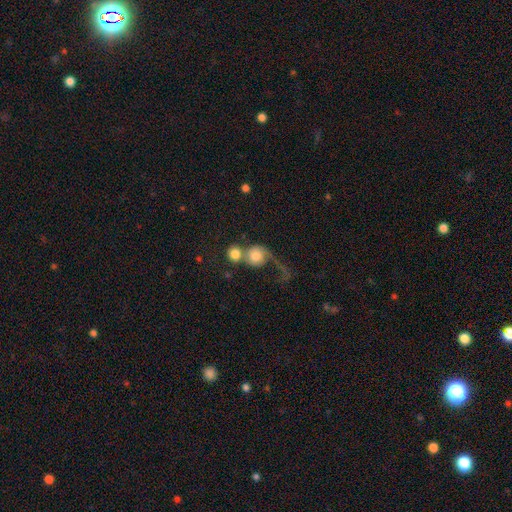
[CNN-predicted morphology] smooth 63%, featured or disk 28%, star or artifact 8%. Down the decision tree: how rounded — round (85%); merging — merger (60%).